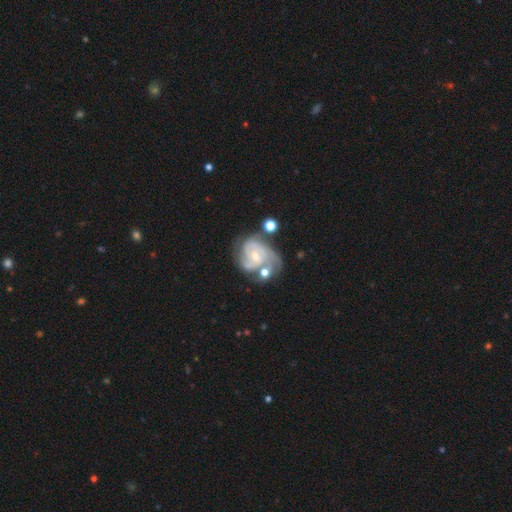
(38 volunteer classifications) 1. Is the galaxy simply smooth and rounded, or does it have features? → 92% featured or disk, 5% smooth, 3% star or artifact.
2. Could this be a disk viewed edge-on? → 97% no, 3% yes.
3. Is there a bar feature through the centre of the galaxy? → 56% no, 35% weak, 9% strong.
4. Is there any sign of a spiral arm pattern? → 94% yes, 6% no.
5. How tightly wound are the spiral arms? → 47% medium, 38% tight, 16% loose.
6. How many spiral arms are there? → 41% 3, 25% 2, 22% can't tell, 6% 1, 6% 4, 0% more than 4.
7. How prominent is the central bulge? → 50% small, 47% moderate, 3% none, 0% dominant, 0% large.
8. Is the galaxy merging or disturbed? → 32% minor disturbance (tied), 32% major disturbance (tied), 22% none, 14% merger.